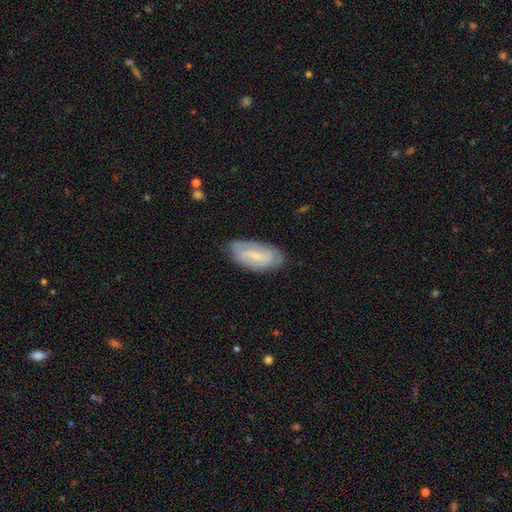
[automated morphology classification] Smooth or featured?
  - featured or disk: 51% *
  - smooth: 42%
  - star or artifact: 7%
Edge-on disk?
  - no: 92% *
  - yes: 8%
Merging?
  - none: 74% *
  - minor disturbance: 20%
  - major disturbance: 4%
  - merger: 1%